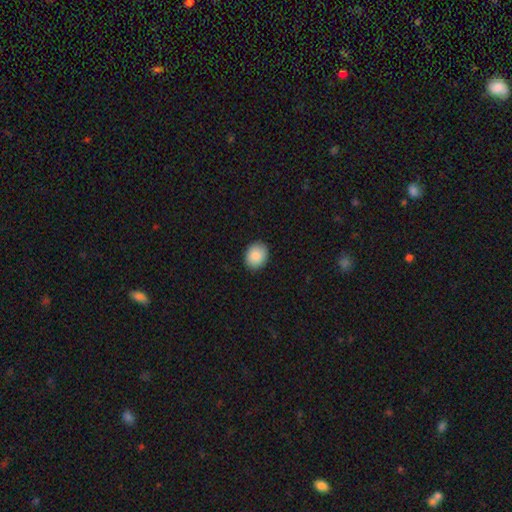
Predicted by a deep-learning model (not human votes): Overall: smooth (88%). How rounded: round (58%; in between 41%). Merging: none (90%).